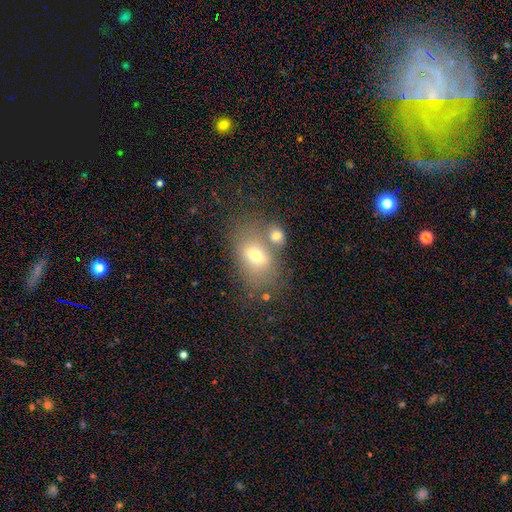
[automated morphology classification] smooth 66%, featured or disk 23%, star or artifact 11%. Down the decision tree: how rounded — in between (82%); merging — none (47%).